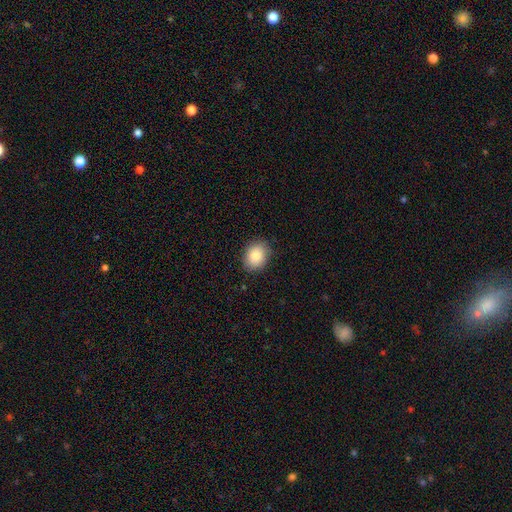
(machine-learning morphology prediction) Overall: smooth (88%). How rounded: in between (60%; round 39%). Merging: none (85%).